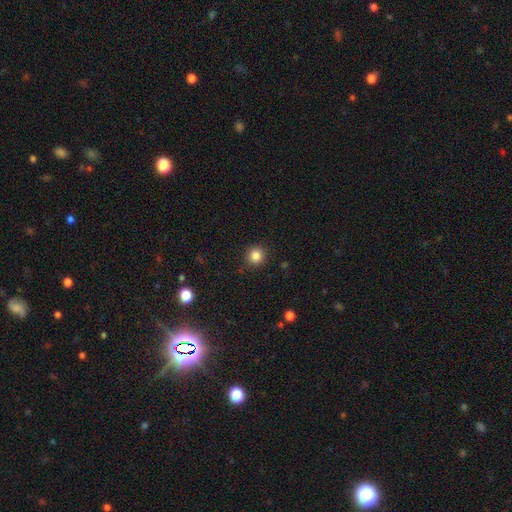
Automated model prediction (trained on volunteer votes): Smooth or featured?
  - smooth: 84% *
  - star or artifact: 11%
  - featured or disk: 4%
How rounded?
  - round: 93% *
  - in between: 6%
  - cigar-shaped: 1%
Merging?
  - none: 89% *
  - minor disturbance: 7%
  - major disturbance: 2%
  - merger: 1%